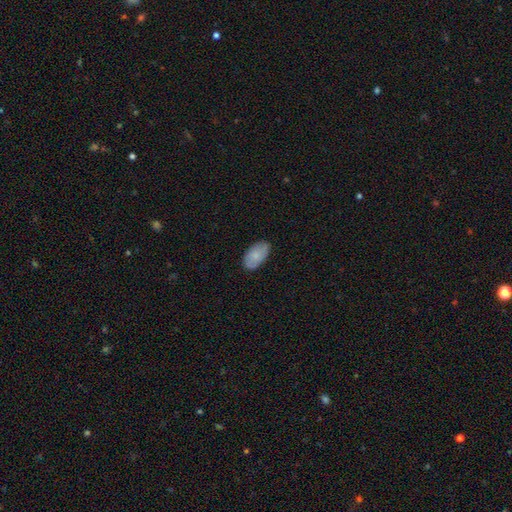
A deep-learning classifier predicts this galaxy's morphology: Q: Smooth or featured?
A: smooth (78%); runner-up: featured or disk (15%)
Q: How rounded?
A: in between (94%); runner-up: round (4%)
Q: Merging?
A: none (81%); runner-up: minor disturbance (15%)